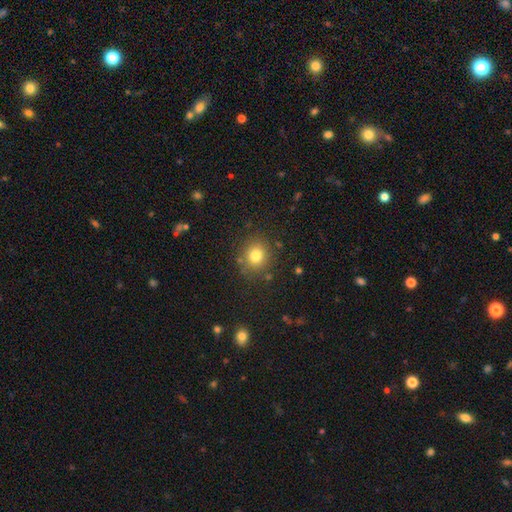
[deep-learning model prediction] Smooth or featured?
  - smooth: 79% *
  - star or artifact: 13%
  - featured or disk: 8%
How rounded?
  - round: 83% *
  - in between: 16%
  - cigar-shaped: 1%
Merging?
  - none: 85% *
  - minor disturbance: 9%
  - major disturbance: 3%
  - merger: 3%